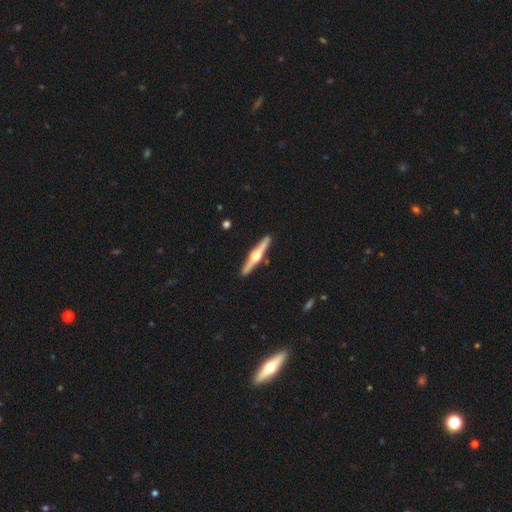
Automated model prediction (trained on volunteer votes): Smooth or featured? featured or disk (76%)
Edge-on disk? yes (98%)
Edge-on bulge? rounded (95%)
Merging? none (91%)